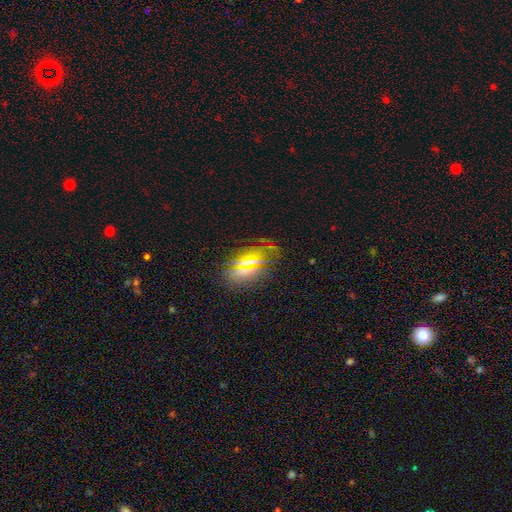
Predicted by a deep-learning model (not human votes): star or artifact 38%, smooth 34%, featured or disk 28%.